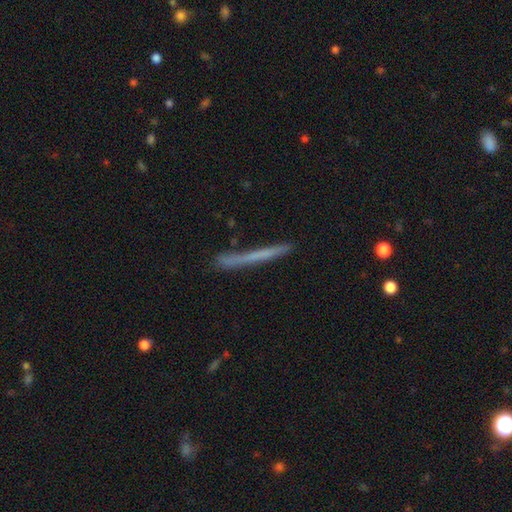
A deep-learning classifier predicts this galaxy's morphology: Overall: smooth (53%; featured or disk 39%). How rounded: cigar-shaped (97%). Merging: none (81%).